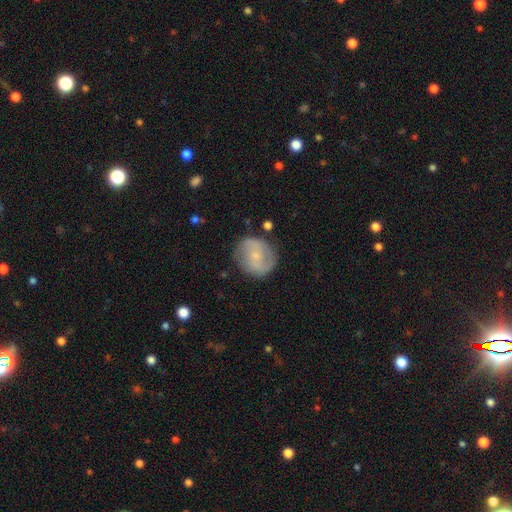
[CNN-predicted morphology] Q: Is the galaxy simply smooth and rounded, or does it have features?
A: featured or disk — 62%.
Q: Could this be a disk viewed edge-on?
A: no — 97%.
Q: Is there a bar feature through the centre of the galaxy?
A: no — 54%.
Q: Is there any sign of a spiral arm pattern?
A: yes — 86%.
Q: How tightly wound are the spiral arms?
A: medium — 45%.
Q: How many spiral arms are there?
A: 2 — 79%.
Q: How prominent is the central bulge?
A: small — 69%.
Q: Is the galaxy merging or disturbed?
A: none — 77%.